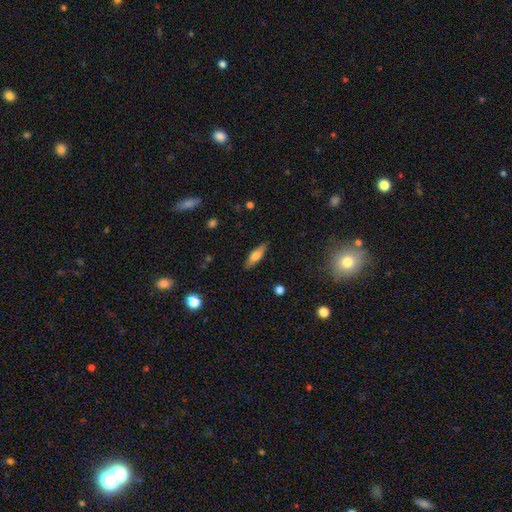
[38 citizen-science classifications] Q: Smooth or featured?
A: smooth (79%); runner-up: featured or disk (18%)
Q: How rounded?
A: cigar-shaped (53%); runner-up: in between (47%)
Q: Merging?
A: none (89%); runner-up: minor disturbance (11%)